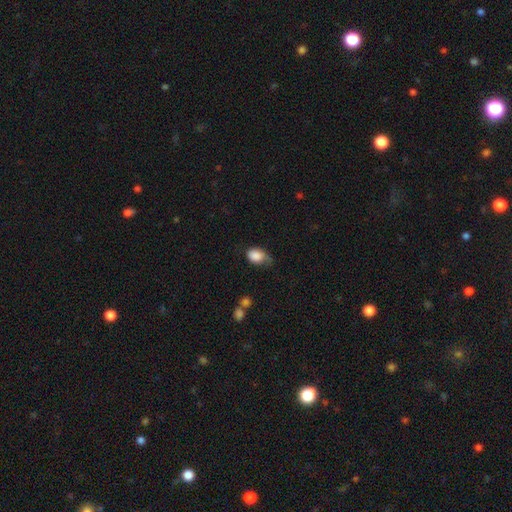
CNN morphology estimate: A smooth galaxy with no disk features (84%) that is in between round and cigar-shaped (79%).

Vote fractions:
- Smooth or featured? smooth: 84% / featured or disk: 9% / star or artifact: 7%
- How rounded? in between: 79% / round: 20% / cigar-shaped: 1%
- Merging? minor disturbance: 43% / none: 35% / major disturbance: 19% / merger: 3%